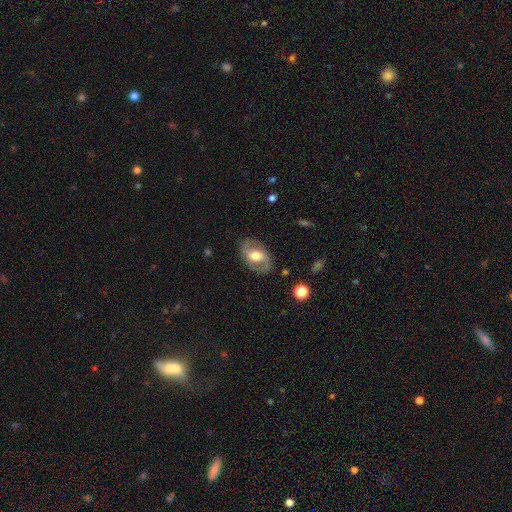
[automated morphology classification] Smooth or featured? featured or disk (68%)
Edge-on disk? no (94%)
Bar? weak (41%)
Spiral arms? yes (74%)
Bulge size? moderate (67%)
Merging? none (81%)